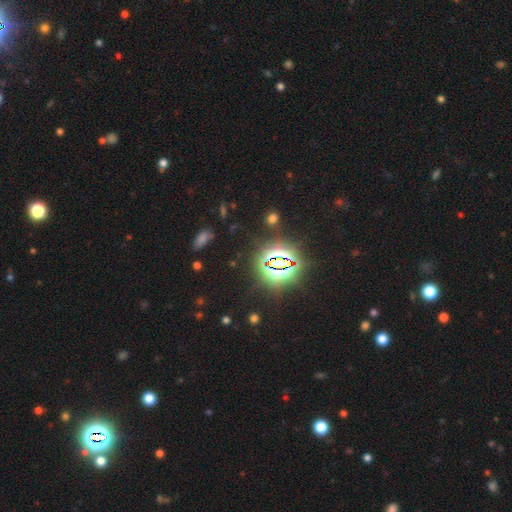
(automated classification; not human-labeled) Q: Smooth or featured?
A: star or artifact (81%); runner-up: smooth (12%)